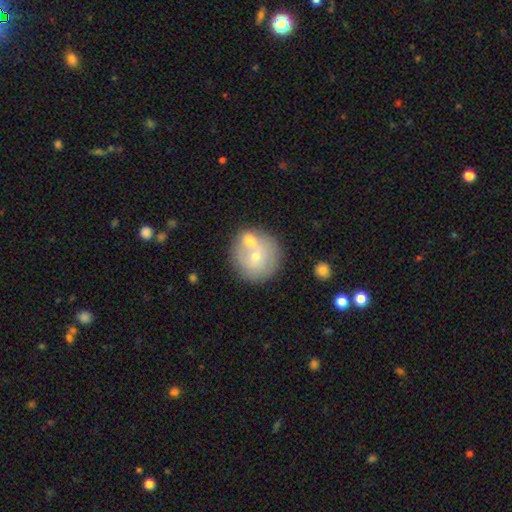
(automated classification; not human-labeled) Morphology: type=smooth (60%); roundness=round (93%); merging=none (53%).